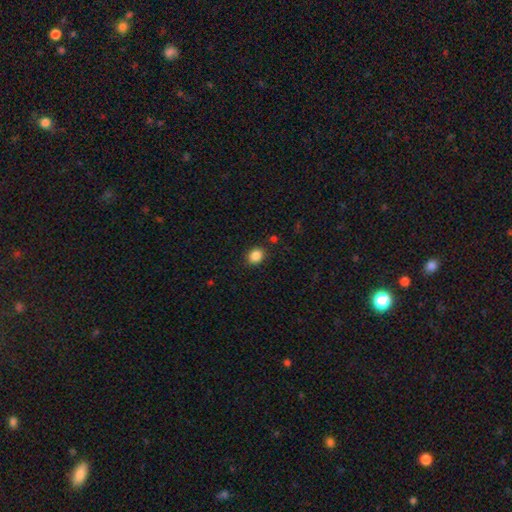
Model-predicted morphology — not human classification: smooth 86%, star or artifact 10%, featured or disk 4%. Down the decision tree: how rounded — round (59%); merging — none (87%).